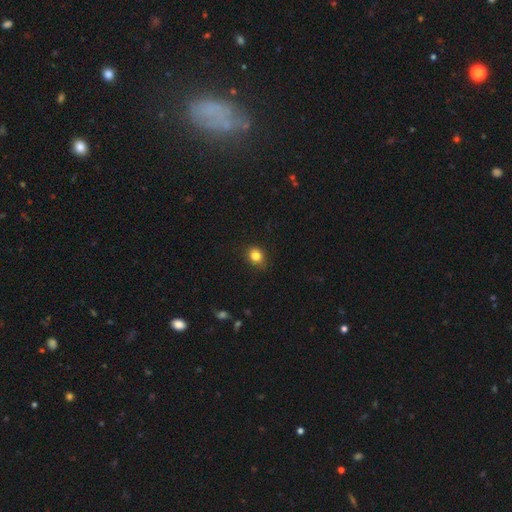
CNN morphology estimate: smooth 83%, star or artifact 11%, featured or disk 6%. Down the decision tree: how rounded — round (64%); merging — none (84%).